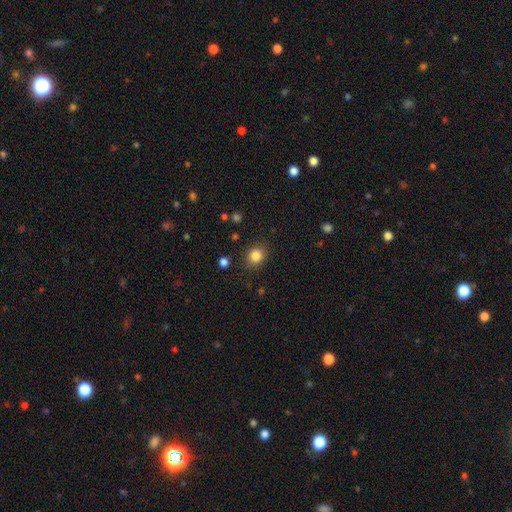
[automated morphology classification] This appears to be a smooth galaxy with no disk features (84%) that is round (68%). Merging: none (86%).